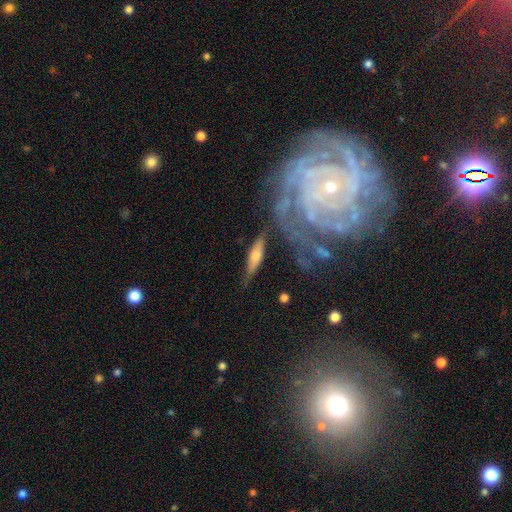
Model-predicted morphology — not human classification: A featured or disk galaxy (48%).

Vote fractions:
- Smooth or featured? featured or disk: 48% / smooth: 46% / star or artifact: 6%
- Merging? none: 70% / minor disturbance: 16% / merger: 7% / major disturbance: 6%